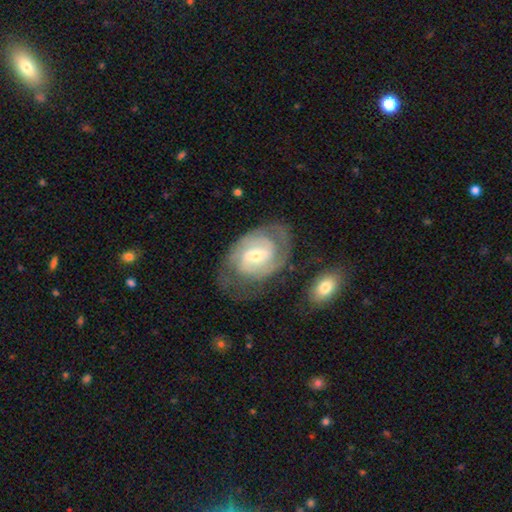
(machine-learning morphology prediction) Q: Smooth or featured?
A: featured or disk (83%); runner-up: smooth (12%)
Q: Edge-on disk?
A: no (96%); runner-up: yes (4%)
Q: Bar?
A: weak (53%); runner-up: strong (25%)
Q: Spiral arms?
A: yes (93%); runner-up: no (7%)
Q: Spiral winding?
A: tight (51%); runner-up: medium (39%)
Q: Spiral arm count?
A: 2 (65%); runner-up: can't tell (18%)
Q: Bulge size?
A: small (50%); runner-up: moderate (45%)
Q: Merging?
A: none (64%); runner-up: minor disturbance (20%)